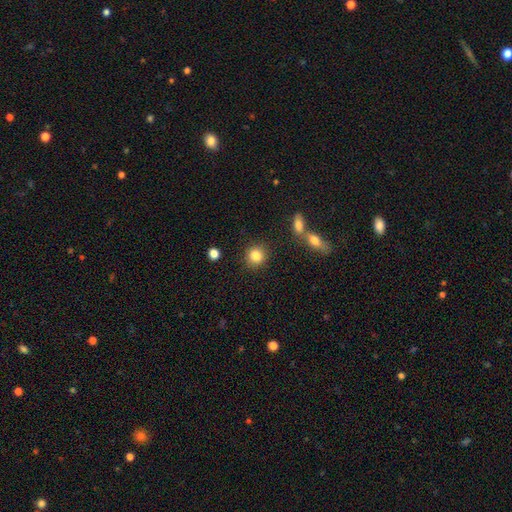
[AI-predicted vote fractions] Smooth or featured?
  - smooth: 84% *
  - star or artifact: 10%
  - featured or disk: 6%
How rounded?
  - round: 85% *
  - in between: 14%
  - cigar-shaped: 1%
Merging?
  - none: 85% *
  - minor disturbance: 8%
  - merger: 4%
  - major disturbance: 3%